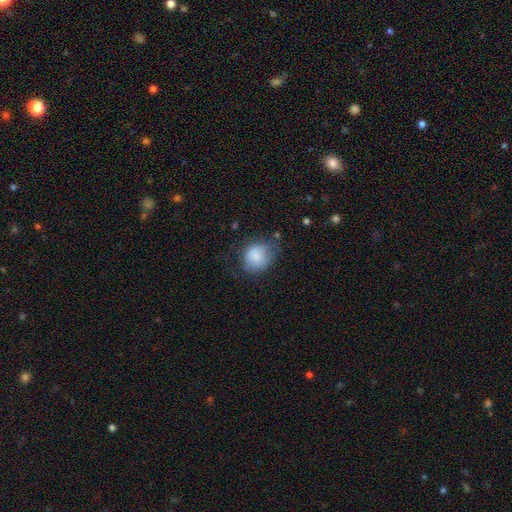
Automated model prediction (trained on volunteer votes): This appears to be a smooth galaxy with no disk features (81%) that is round (69%). Merging: none (54%).